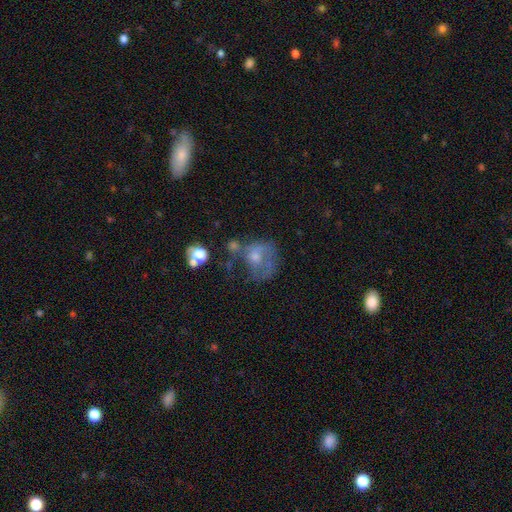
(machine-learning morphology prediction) This is possibly a featured or disk galaxy (47%). Merging: marginally none (33%).